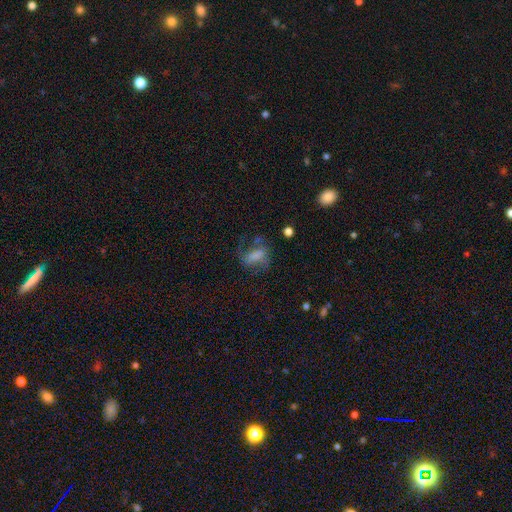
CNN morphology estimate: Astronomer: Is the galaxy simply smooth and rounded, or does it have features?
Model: smooth — 55% (runner-up: featured or disk, 32%).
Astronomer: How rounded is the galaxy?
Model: in between — 80%.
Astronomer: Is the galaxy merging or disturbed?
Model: none — 37% (runner-up: major disturbance, 35%).